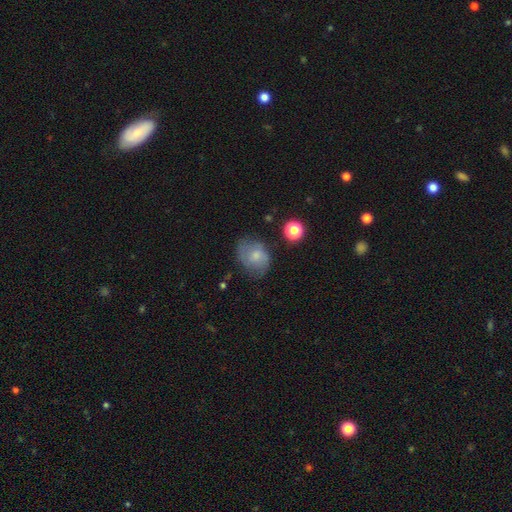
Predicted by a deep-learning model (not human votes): Smooth or featured? Predicted: smooth (p=0.51). How rounded? Predicted: in between (p=0.51). Merging? Predicted: none (p=0.58).